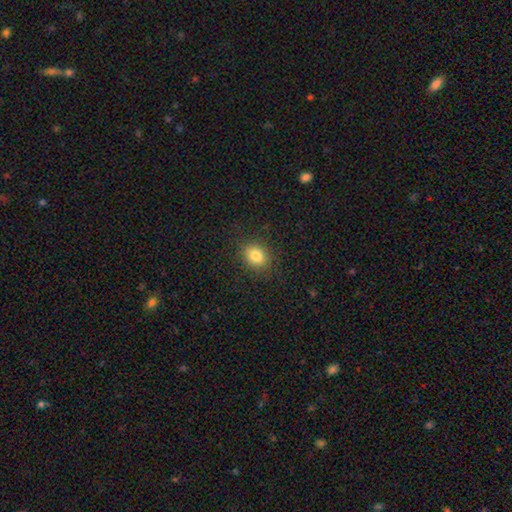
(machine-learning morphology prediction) The model was most divided on "how rounded": round: 50%, in between: 49%, cigar-shaped: 1%. More confident: merging — none (87%); smooth or featured — smooth (83%).